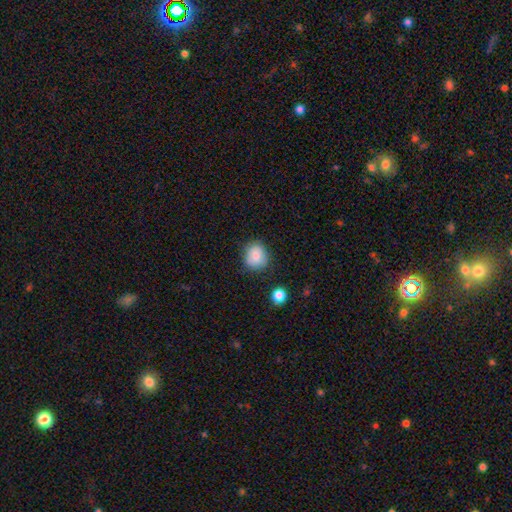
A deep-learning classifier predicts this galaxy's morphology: A smooth galaxy with no disk features (83%) that is round (76%).

Vote fractions:
- Smooth or featured? smooth: 83% / star or artifact: 9% / featured or disk: 9%
- How rounded? round: 76% / in between: 23% / cigar-shaped: 1%
- Merging? none: 80% / minor disturbance: 15% / major disturbance: 3% / merger: 2%